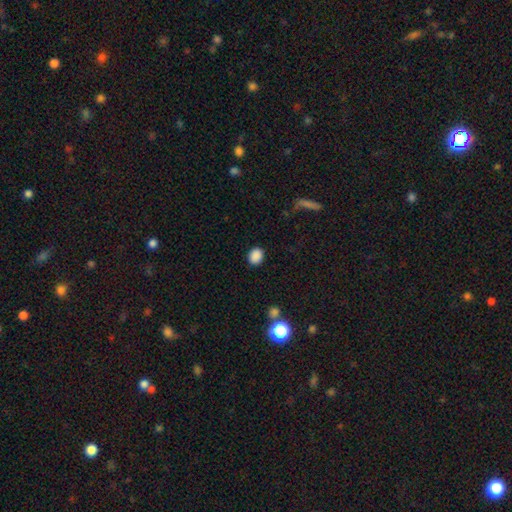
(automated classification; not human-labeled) Q: Smooth or featured?
A: smooth (88%); runner-up: star or artifact (10%)
Q: How rounded?
A: round (51%); runner-up: in between (48%)
Q: Merging?
A: none (88%); runner-up: minor disturbance (8%)